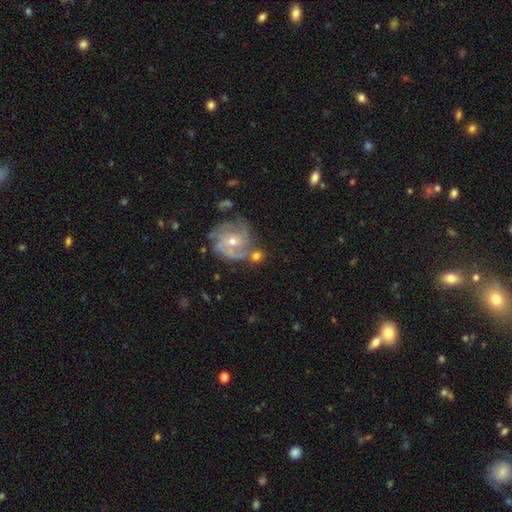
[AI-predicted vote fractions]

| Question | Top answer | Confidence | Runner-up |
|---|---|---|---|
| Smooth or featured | featured or disk | 75% | smooth (15%) |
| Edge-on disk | no | 97% | yes (3%) |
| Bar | no | 70% | weak (25%) |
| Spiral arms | yes | 92% | no (8%) |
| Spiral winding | tight | 50% | medium (38%) |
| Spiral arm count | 3 | 36% | can't tell (22%) |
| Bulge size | small | 52% | moderate (44%) |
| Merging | none | 60% | minor disturbance (19%) |